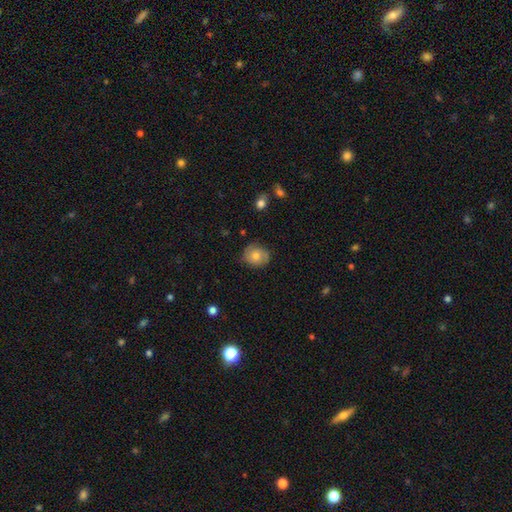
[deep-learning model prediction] This appears to be a smooth galaxy with no disk features (66%) that is round (72%). Merging: none (76%).